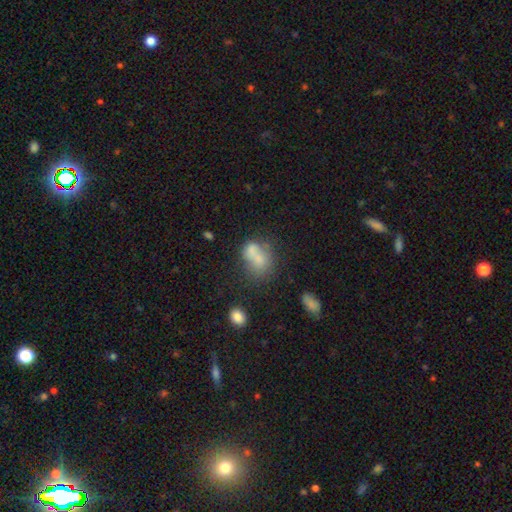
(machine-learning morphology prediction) Overall: smooth (67%). How rounded: in between (63%; round 36%). Merging: merger (45%; none 28%).